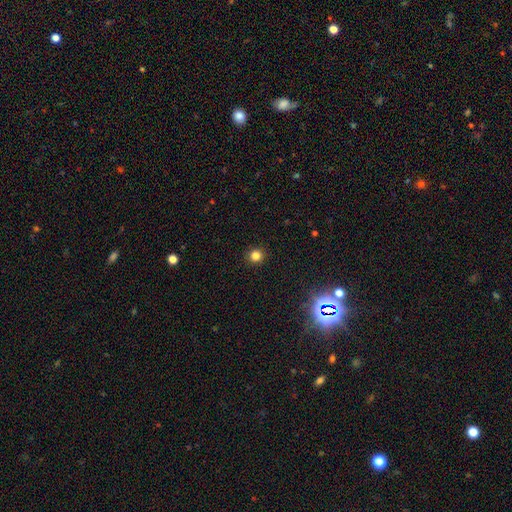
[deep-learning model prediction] Smooth or featured? Predicted: smooth (p=0.81). How rounded? Predicted: round (p=0.93). Merging? Predicted: none (p=0.92).